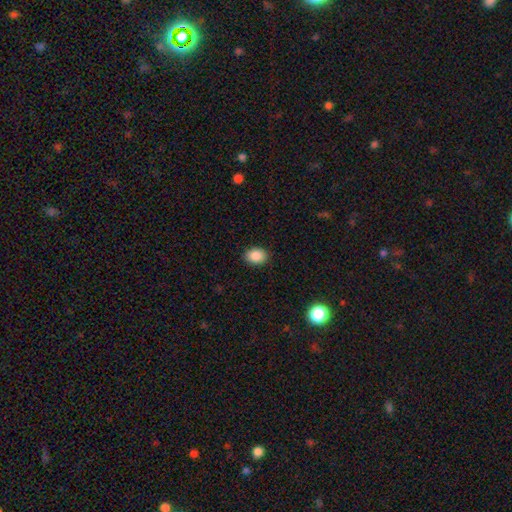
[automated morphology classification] Smooth or featured? Predicted: smooth (p=0.88). How rounded? Predicted: in between (p=0.66). Merging? Predicted: none (p=0.89).